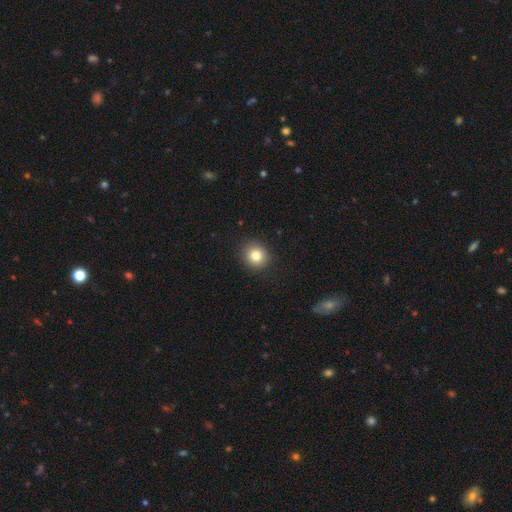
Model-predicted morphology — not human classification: A smooth galaxy with no disk features (81%) that is round (82%).

Vote fractions:
- Smooth or featured? smooth: 81% / star or artifact: 11% / featured or disk: 8%
- How rounded? round: 82% / in between: 17% / cigar-shaped: 1%
- Merging? none: 90% / minor disturbance: 7% / major disturbance: 2% / merger: 1%